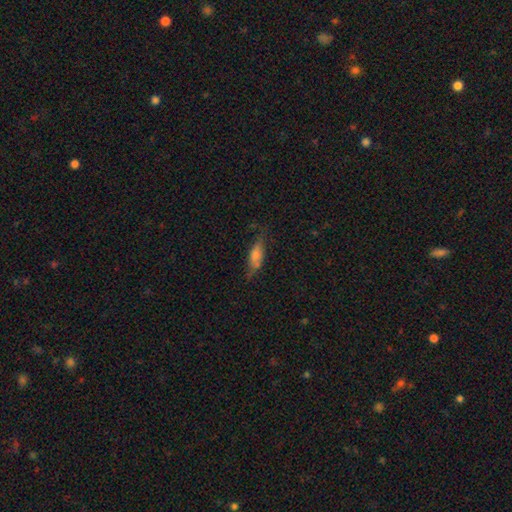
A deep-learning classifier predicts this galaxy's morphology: Smooth or featured? smooth (63%)
How rounded? in between (58%)
Merging? none (60%)